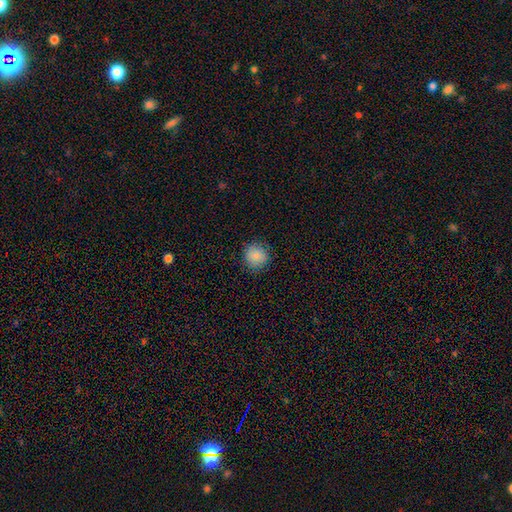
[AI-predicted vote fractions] This is clearly a smooth galaxy (88%). How rounded: clearly round (93%). Merging: clearly none (89%).